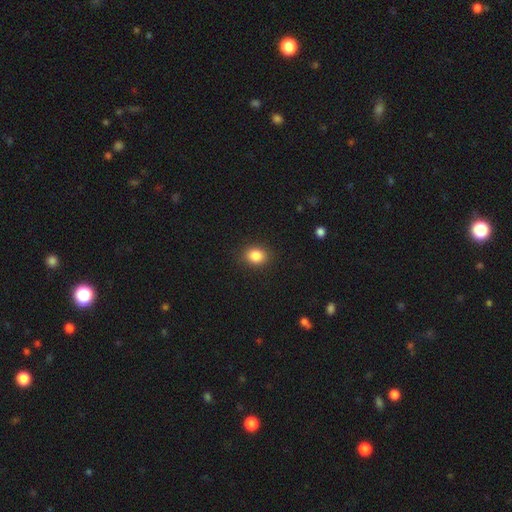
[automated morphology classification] This appears to be a smooth galaxy with no disk features (85%) that is round (55%). Merging: none (88%).